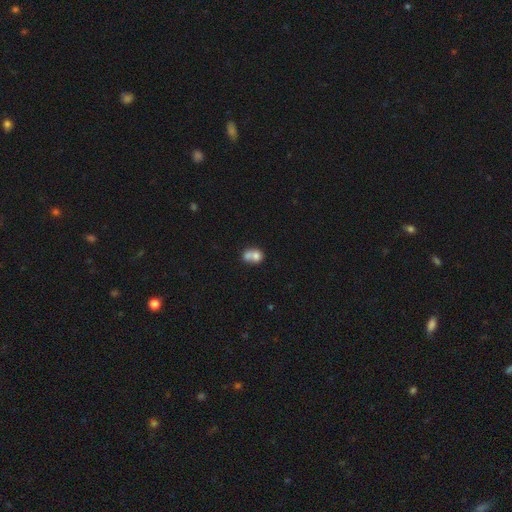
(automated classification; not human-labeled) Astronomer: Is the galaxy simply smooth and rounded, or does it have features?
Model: smooth — 71%.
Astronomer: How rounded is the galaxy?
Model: round — 57% (runner-up: in between, 42%).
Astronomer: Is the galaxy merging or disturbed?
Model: merger — 66%.